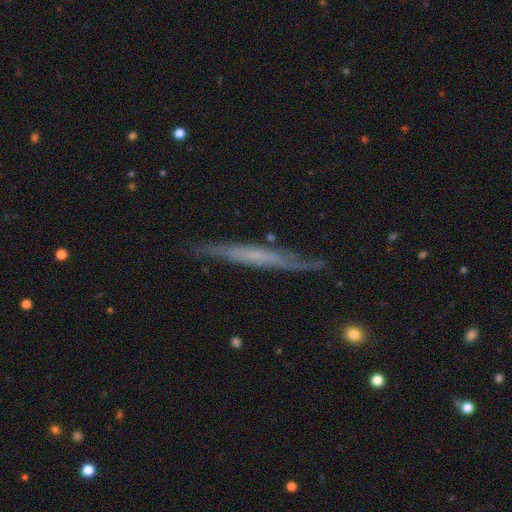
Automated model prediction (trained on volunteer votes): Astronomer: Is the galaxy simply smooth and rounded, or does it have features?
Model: featured or disk — 64%.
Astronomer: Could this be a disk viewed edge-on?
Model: yes — 87%.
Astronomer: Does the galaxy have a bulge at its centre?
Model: none — 82%.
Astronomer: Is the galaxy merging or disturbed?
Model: none — 76%.